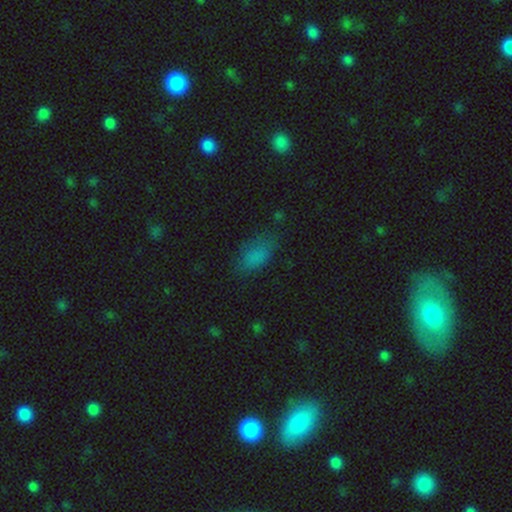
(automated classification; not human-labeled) The model was most divided on "merging": none: 66%, minor disturbance: 24%, major disturbance: 8%, merger: 2%. More confident: how rounded — in between (89%); smooth or featured — smooth (79%).